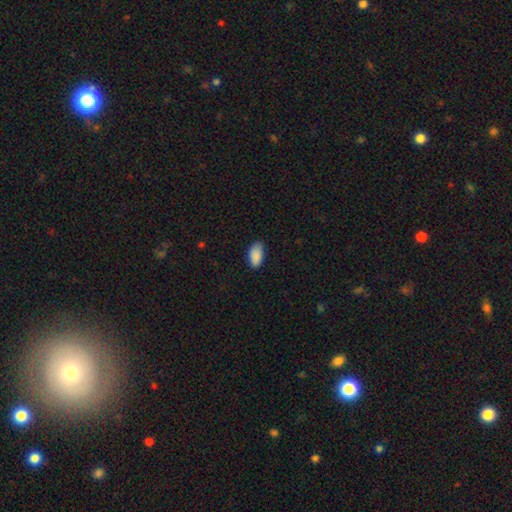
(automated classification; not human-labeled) Smooth or featured? Predicted: smooth (p=0.90). How rounded? Predicted: in between (p=0.94). Merging? Predicted: none (p=0.78).